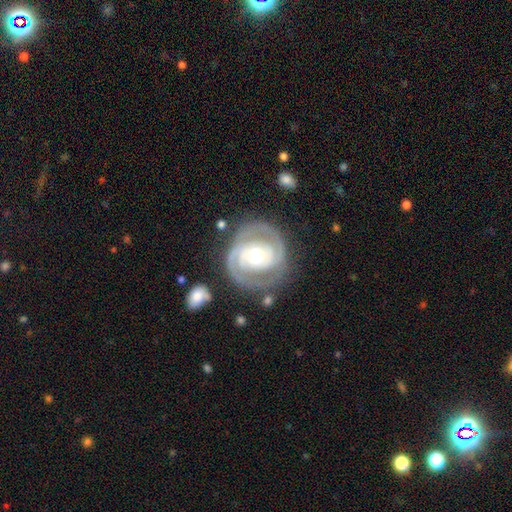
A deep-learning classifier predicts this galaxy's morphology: A featured or disk galaxy (89%) with no bar (59%), 2 (79%) tight (69%) spiral arms (95%) and a moderate central bulge (74%).

Vote fractions:
- Smooth or featured? featured or disk: 89% / smooth: 7% / star or artifact: 4%
- Edge-on disk? no: 98% / yes: 2%
- Bar? no: 59% / weak: 27% / strong: 14%
- Spiral arms? yes: 95% / no: 5%
- Spiral winding? tight: 69% / medium: 26% / loose: 5%
- Spiral arm count? 2: 79% / 3: 7% / can't tell: 7% / 1: 4% / 4: 2% / more than 4: 2%
- Bulge size? moderate: 74% / small: 13% / large: 11% / dominant: 1% / none: 1%
- Merging? none: 77% / minor disturbance: 14% / major disturbance: 6% / merger: 2%